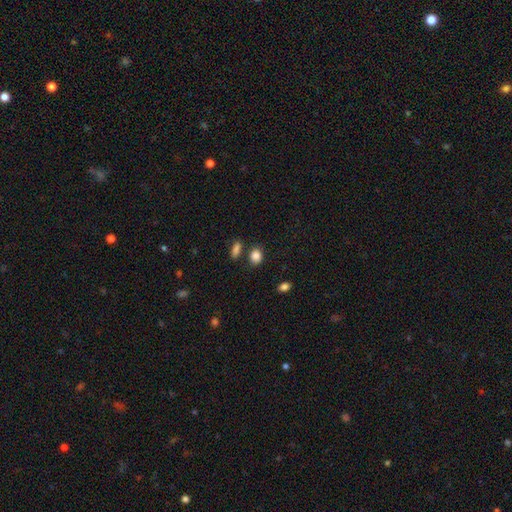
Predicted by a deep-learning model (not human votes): A smooth galaxy with no disk features (86%) that is in between round and cigar-shaped (62%). Merging: none (75%).